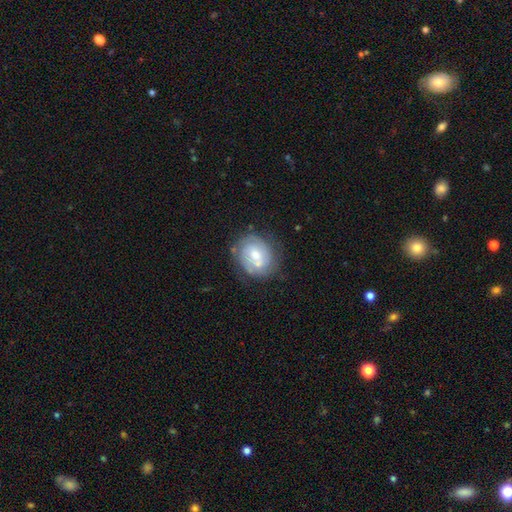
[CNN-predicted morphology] Overall: featured or disk (64%; smooth 29%). Edge-on disk: no (97%). Bar: no (55%; weak 37%). Spiral arms: yes (79%). Bulge size: moderate (58%; small 33%). Merging: none (61%).